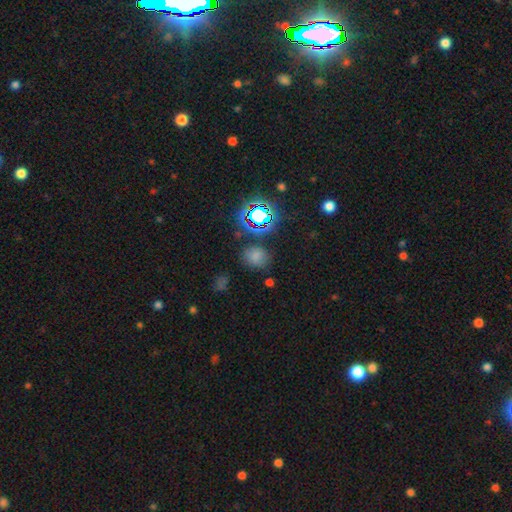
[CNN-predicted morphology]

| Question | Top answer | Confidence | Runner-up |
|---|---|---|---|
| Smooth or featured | smooth | 67% | star or artifact (25%) |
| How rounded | round | 65% | in between (33%) |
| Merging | none | 77% | minor disturbance (14%) |